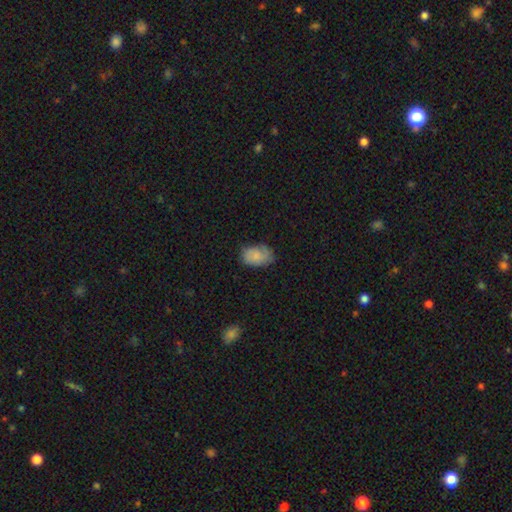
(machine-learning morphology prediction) smooth-or-featured: smooth: 77% | featured or disk: 15% | star or artifact: 8%
  how-rounded: in between: 88% | round: 10% | cigar-shaped: 1%
  merging: none: 66% | minor disturbance: 26% | major disturbance: 6% | merger: 1%